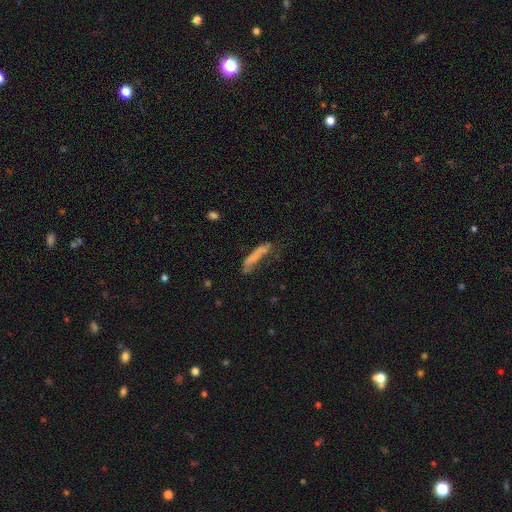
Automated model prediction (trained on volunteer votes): Q: Smooth or featured?
A: smooth (70%); runner-up: featured or disk (21%)
Q: How rounded?
A: cigar-shaped (86%); runner-up: in between (12%)
Q: Merging?
A: none (47%); runner-up: minor disturbance (28%)